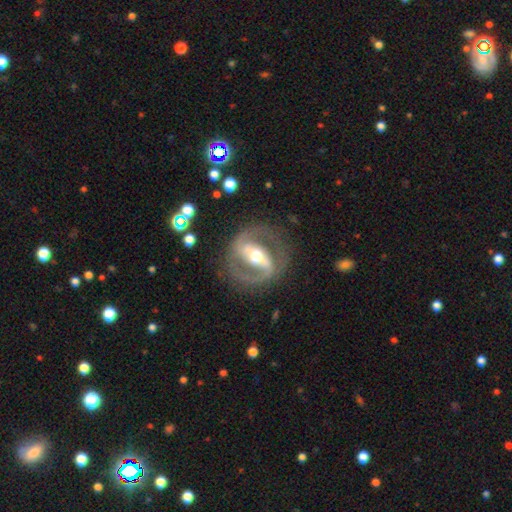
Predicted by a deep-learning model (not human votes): Smooth or featured? Predicted: featured or disk (p=0.87). Edge-on disk? Predicted: no (p=0.96). Bar? Predicted: strong (p=0.57). Spiral arms? Predicted: yes (p=0.88). Spiral winding? Predicted: medium (p=0.54). Spiral arm count? Predicted: 2 (p=0.90). Bulge size? Predicted: moderate (p=0.71). Merging? Predicted: none (p=0.79).